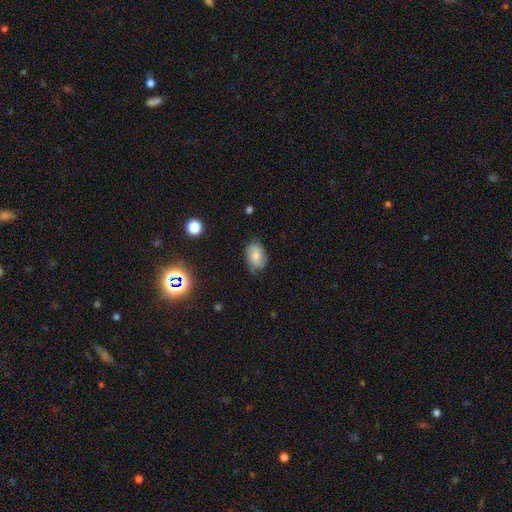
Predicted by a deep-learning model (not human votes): Q: Smooth or featured?
A: smooth (73%); runner-up: featured or disk (17%)
Q: How rounded?
A: in between (85%); runner-up: round (14%)
Q: Merging?
A: none (66%); runner-up: minor disturbance (27%)